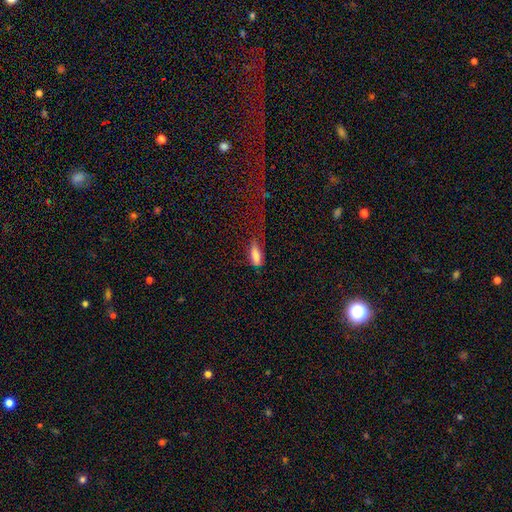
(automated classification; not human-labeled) Overall: smooth (79%). How rounded: in between (74%). Merging: major disturbance (35%; none 33%).